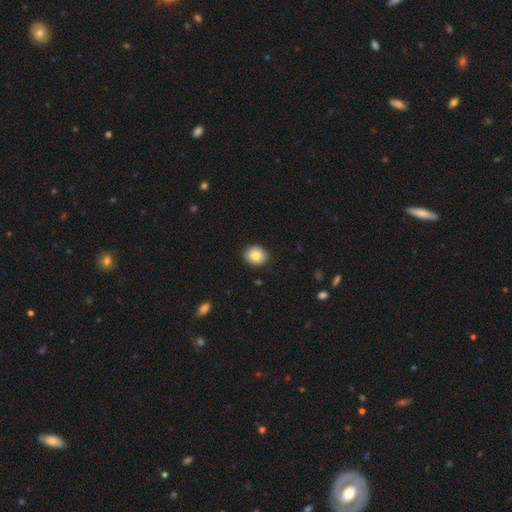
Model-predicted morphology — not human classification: Smooth or featured: smooth — 82% (featured or disk — 10%)
How rounded: round — 67% (in between — 32%)
Merging: none — 87% (minor disturbance — 10%)